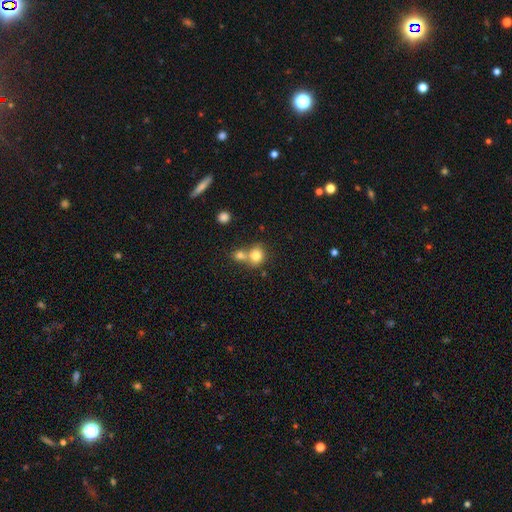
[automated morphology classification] This is likely a smooth galaxy (79%). How rounded: likely round (76%). Merging: possibly merger (53%).